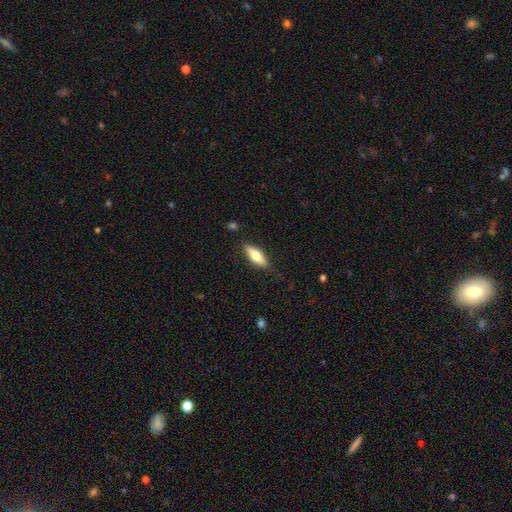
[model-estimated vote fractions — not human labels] Overall: smooth (68%). How rounded: in between (57%; cigar-shaped 40%). Merging: none (85%).